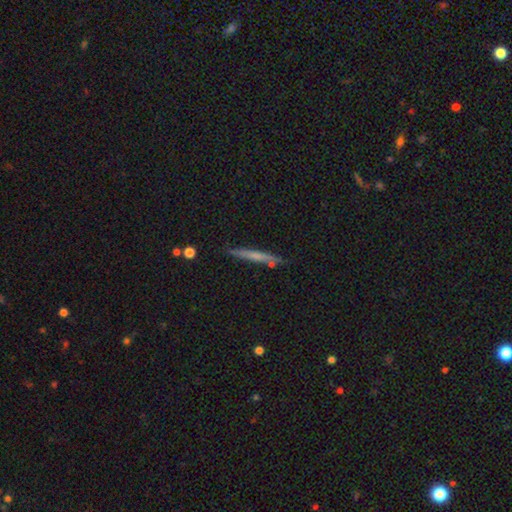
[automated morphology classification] smooth-or-featured: smooth: 54% | featured or disk: 39% | star or artifact: 7%
  how-rounded: cigar-shaped: 95% | in between: 3% | round: 2%
  merging: none: 82% | minor disturbance: 12% | merger: 4% | major disturbance: 2%